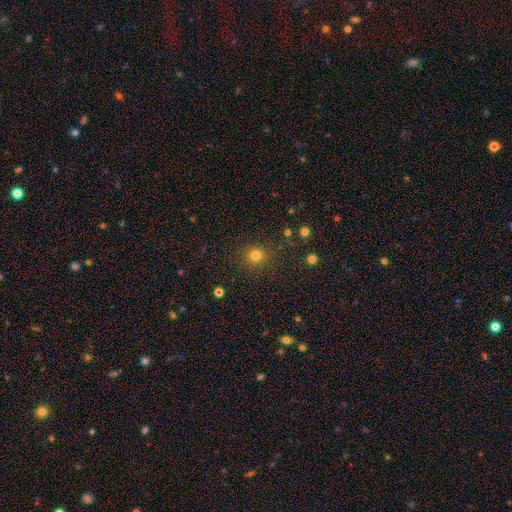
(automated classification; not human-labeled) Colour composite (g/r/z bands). It shows a smooth galaxy with no disk features (78%) that is round (91%). Merging: none (88%).